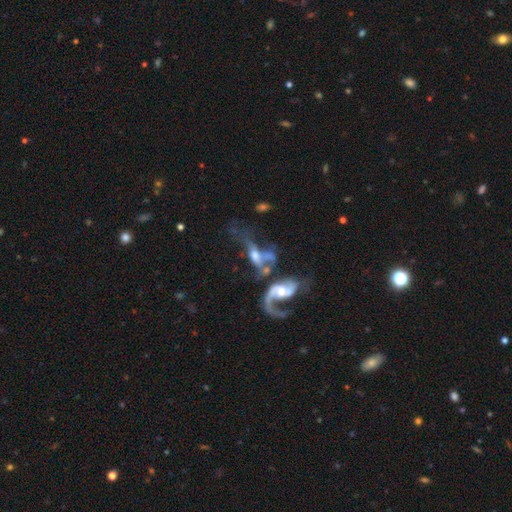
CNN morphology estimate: This appears to be a featured or disk galaxy (71%) with no bar (58%), spiral arms (73%) and a moderate central bulge (54%). Merging: merger (60%).